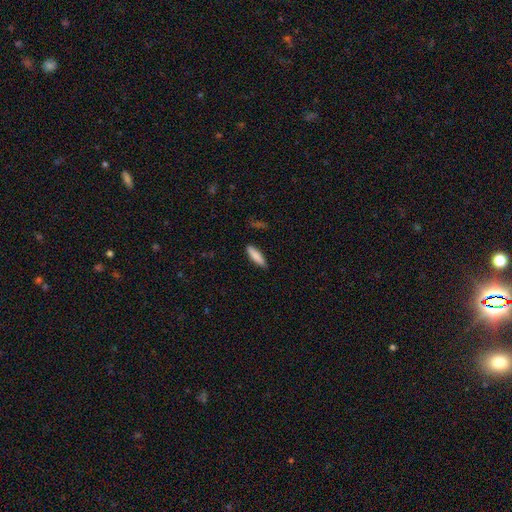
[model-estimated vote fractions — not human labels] smooth 85%, featured or disk 9%, star or artifact 6%. Down the decision tree: how rounded — cigar-shaped (66%); merging — none (84%).